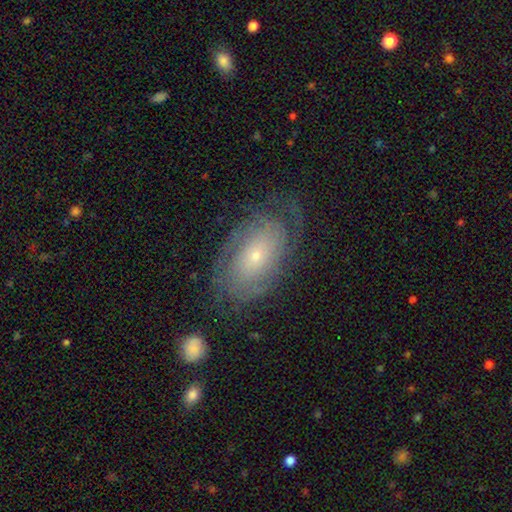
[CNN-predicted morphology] smooth_or_featured: featured or disk (p=0.68) [alt: smooth p=0.24]
disk_edge_on: no (p=0.94) [alt: yes p=0.06]
bar: no (p=0.80) [alt: weak p=0.16]
has_spiral_arms: yes (p=0.82) [alt: no p=0.18]
spiral_winding: tight (p=0.67) [alt: medium p=0.24]
spiral_arm_count: can't tell (p=0.52) [alt: 2 p=0.25]
bulge_size: small (p=0.75) [alt: moderate p=0.20]
merging: none (p=0.67) [alt: minor disturbance p=0.19]